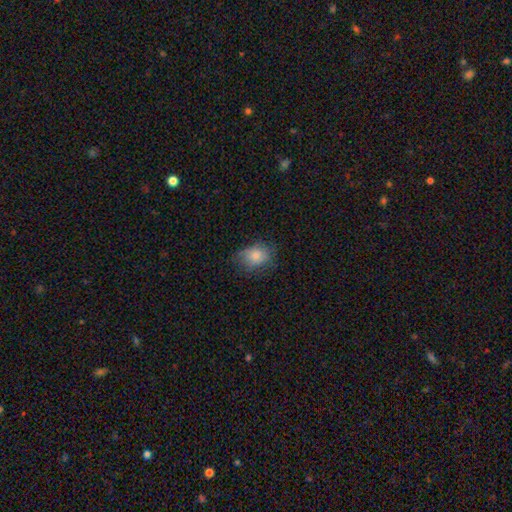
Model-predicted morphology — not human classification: A smooth galaxy with no disk features (78%) that is in between round and cigar-shaped (62%).

Vote fractions:
- Smooth or featured? smooth: 78% / featured or disk: 13% / star or artifact: 9%
- How rounded? in between: 62% / round: 37% / cigar-shaped: 1%
- Merging? none: 62% / minor disturbance: 27% / major disturbance: 10% / merger: 1%